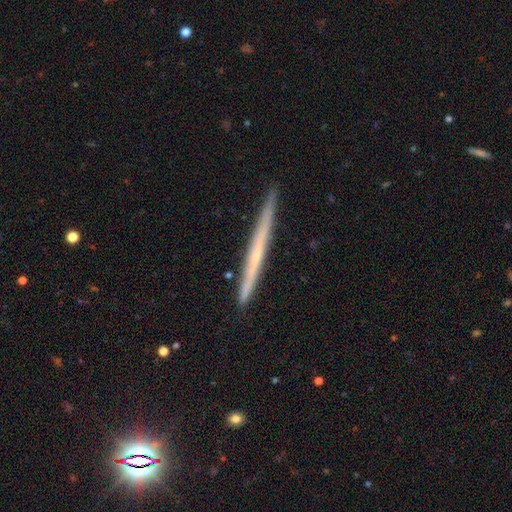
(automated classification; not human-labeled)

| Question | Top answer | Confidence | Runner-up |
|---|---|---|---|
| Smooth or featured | featured or disk | 58% | smooth (35%) |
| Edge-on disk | yes | 97% | no (3%) |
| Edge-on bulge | none | 83% | rounded (13%) |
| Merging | none | 91% | minor disturbance (7%) |